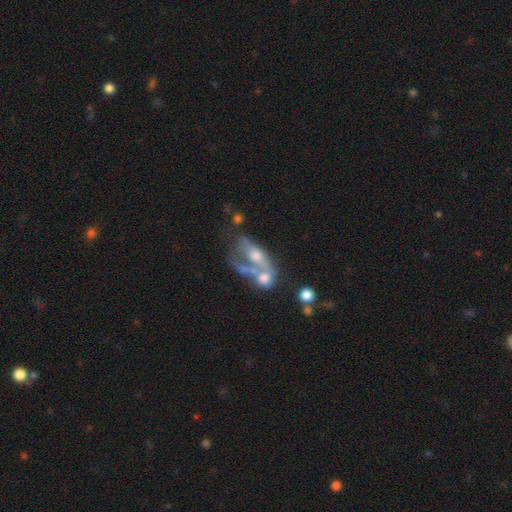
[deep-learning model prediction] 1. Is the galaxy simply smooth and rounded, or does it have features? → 53% featured or disk, 36% smooth, 11% star or artifact.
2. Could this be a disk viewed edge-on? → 90% no, 10% yes.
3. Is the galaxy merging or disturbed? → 55% merger, 23% major disturbance, 13% none, 8% minor disturbance.